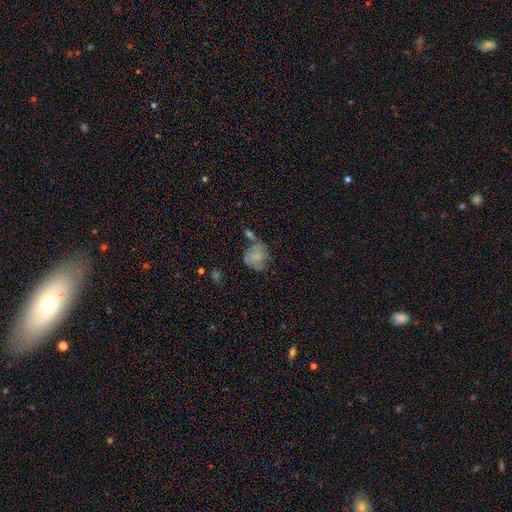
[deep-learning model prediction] Smooth or featured?
  - smooth: 52% *
  - featured or disk: 37%
  - star or artifact: 11%
How rounded?
  - round: 58% *
  - in between: 41%
  - cigar-shaped: 2%
Merging?
  - none: 36% *
  - minor disturbance: 24%
  - merger: 21%
  - major disturbance: 19%